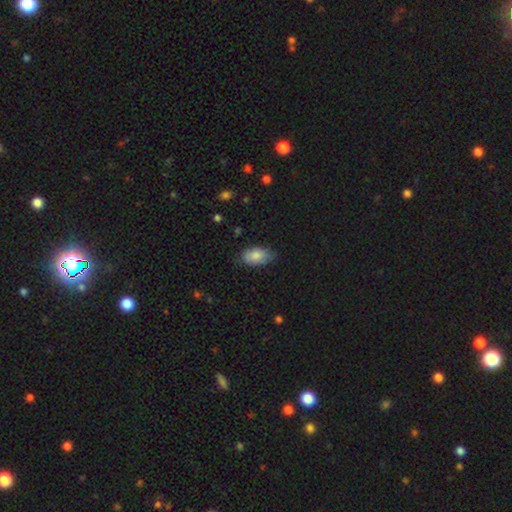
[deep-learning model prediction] Morphology: type=smooth (85%); roundness=in between (93%); merging=none (70%).